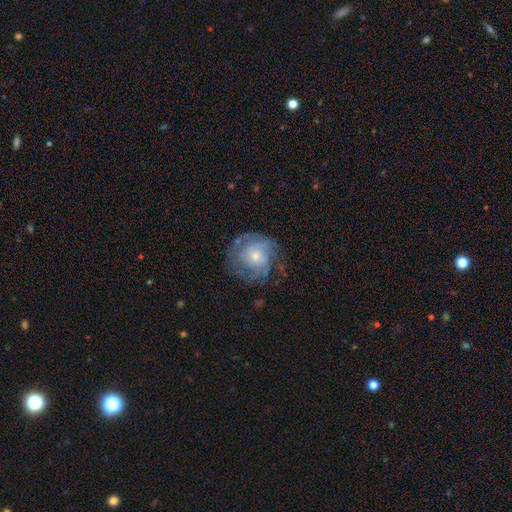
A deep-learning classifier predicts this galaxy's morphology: Smooth or featured: featured or disk — 64% (smooth — 28%)
Edge-on disk: no — 98% (yes — 2%)
Bar: no — 77% (weak — 20%)
Spiral arms: yes — 80% (no — 20%)
Spiral winding: tight — 50% (medium — 34%)
Spiral arm count: can't tell — 46% (2 — 18%)
Bulge size: moderate — 46% (small — 45%)
Merging: none — 65% (minor disturbance — 20%)